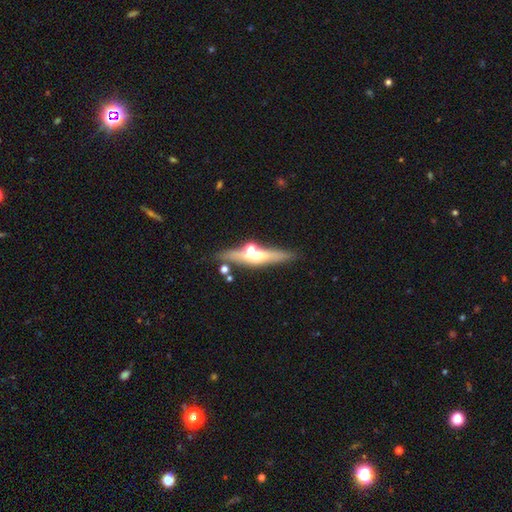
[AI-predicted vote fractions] Smooth or featured? Predicted: featured or disk (p=0.60). Edge-on disk? Predicted: yes (p=0.86). Edge-on bulge? Predicted: rounded (p=0.92). Merging? Predicted: none (p=0.72).